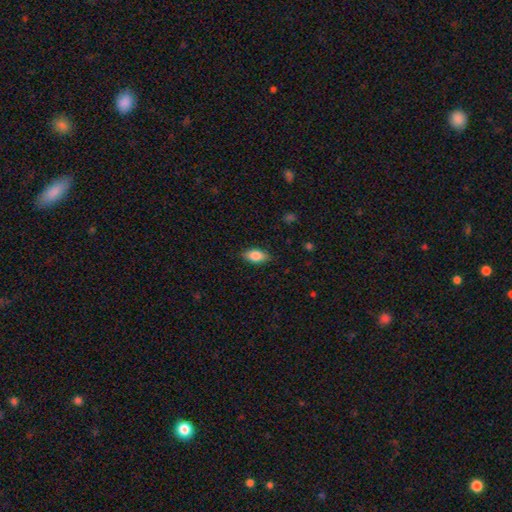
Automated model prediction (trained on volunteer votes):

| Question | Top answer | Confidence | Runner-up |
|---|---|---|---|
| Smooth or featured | smooth | 85% | featured or disk (8%) |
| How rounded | in between | 89% | cigar-shaped (7%) |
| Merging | none | 86% | minor disturbance (11%) |